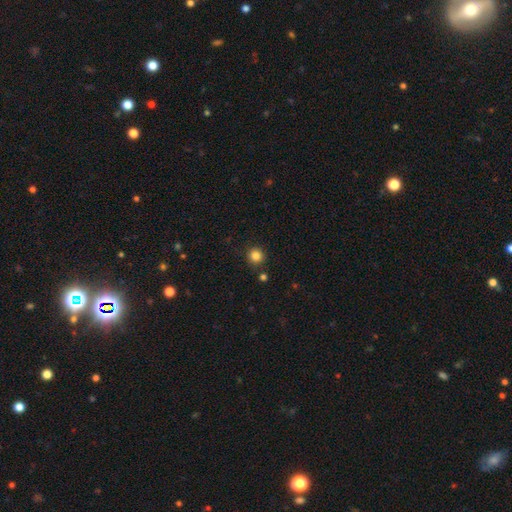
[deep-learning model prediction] A smooth galaxy with no disk features (84%) that is round (94%). Merging: none (89%).